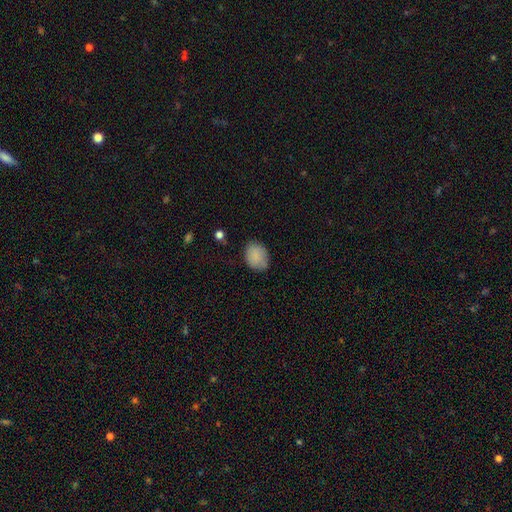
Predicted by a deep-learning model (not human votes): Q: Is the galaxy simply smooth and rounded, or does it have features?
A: smooth — 86%.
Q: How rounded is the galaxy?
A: in between — 64%.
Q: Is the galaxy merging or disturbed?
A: none — 72%.